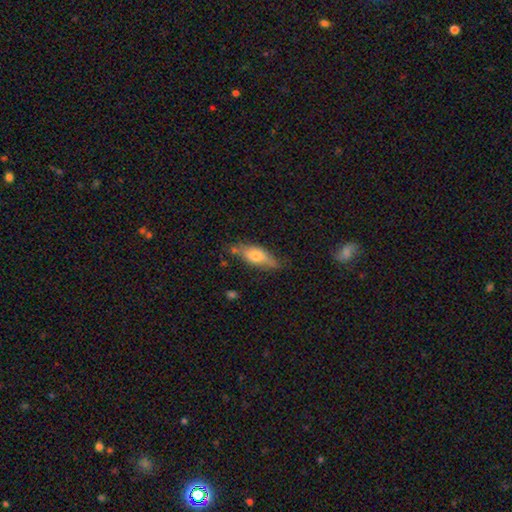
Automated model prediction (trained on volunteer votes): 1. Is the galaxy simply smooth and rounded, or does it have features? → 55% smooth, 38% featured or disk, 7% star or artifact.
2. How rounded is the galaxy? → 63% in between, 33% cigar-shaped, 4% round.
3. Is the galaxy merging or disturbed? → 66% none, 24% minor disturbance, 6% major disturbance, 4% merger.